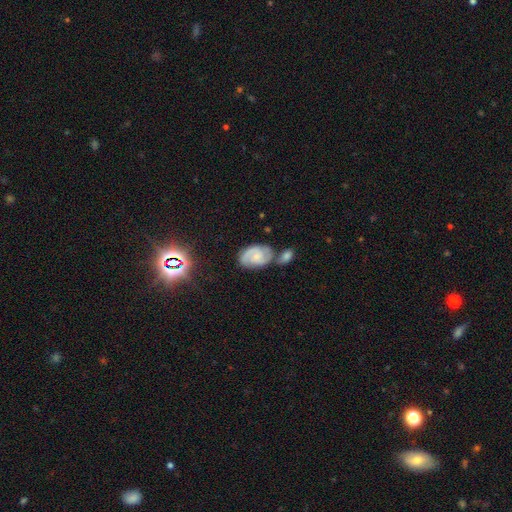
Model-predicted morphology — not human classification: The model was most divided on "spiral winding": medium: 45%, tight: 41%, loose: 14%. Remaining: edge-on disk — no (97%); spiral arms — yes (93%); spiral arm count — 2 (78%); smooth or featured — featured or disk (72%); bulge size — small (61%); bar — no (58%); merging — none (47%).